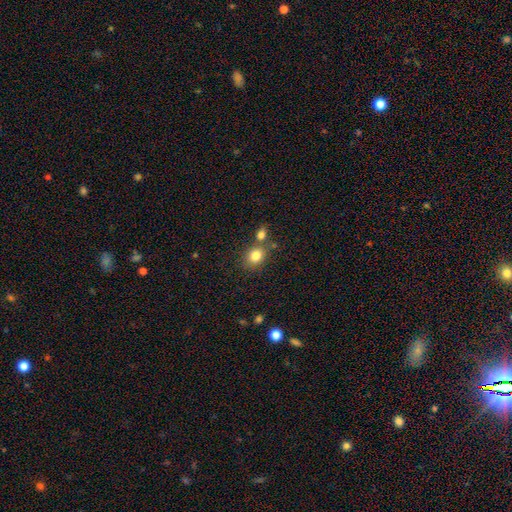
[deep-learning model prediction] Morphology: type=smooth (82%); roundness=round (63%); merging=none (61%).